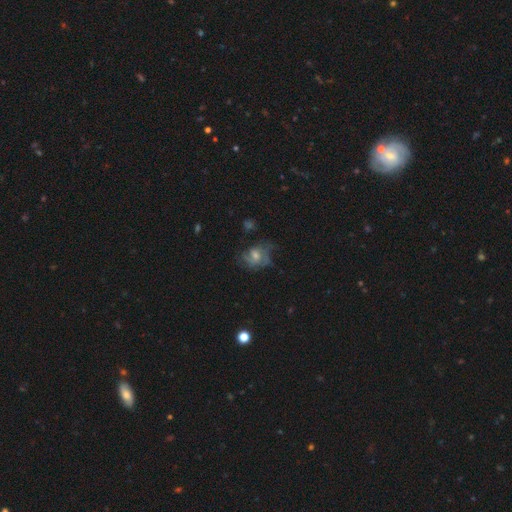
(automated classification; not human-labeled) Smooth or featured?
  - featured or disk: 56% *
  - smooth: 33%
  - star or artifact: 11%
Edge-on disk?
  - no: 97% *
  - yes: 3%
Bar?
  - no: 60% *
  - weak: 35%
  - strong: 6%
Spiral arms?
  - yes: 72% *
  - no: 28%
Bulge size?
  - moderate: 49% *
  - small: 33%
  - none: 9%
  - large: 8%
  - dominant: 1%
Merging?
  - none: 47% *
  - major disturbance: 26%
  - minor disturbance: 25%
  - merger: 3%